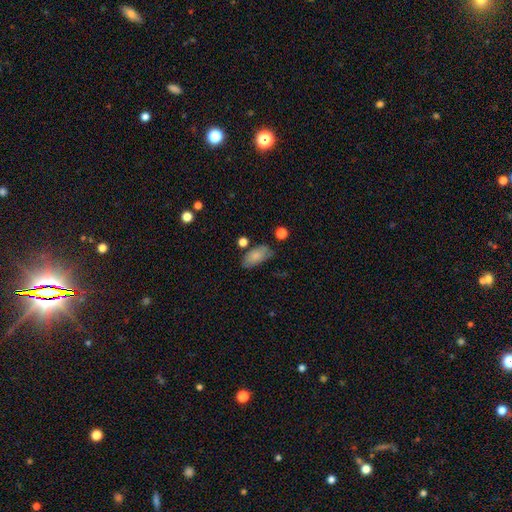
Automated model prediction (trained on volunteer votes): Overall: smooth (79%). How rounded: in between (91%). Merging: none (67%).